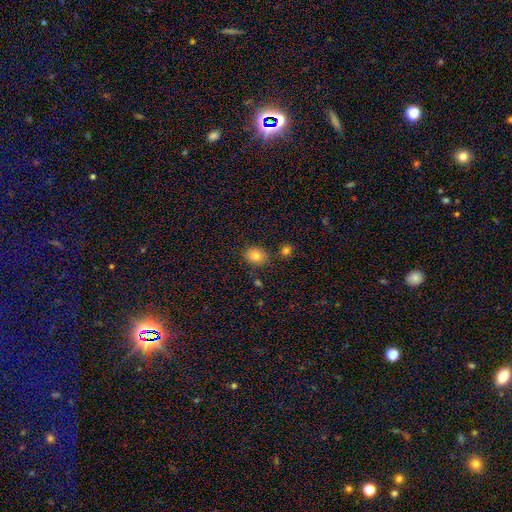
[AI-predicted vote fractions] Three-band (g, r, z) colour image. It shows a smooth galaxy with no disk features (82%) that is in between round and cigar-shaped (58%). Merging: none (81%).